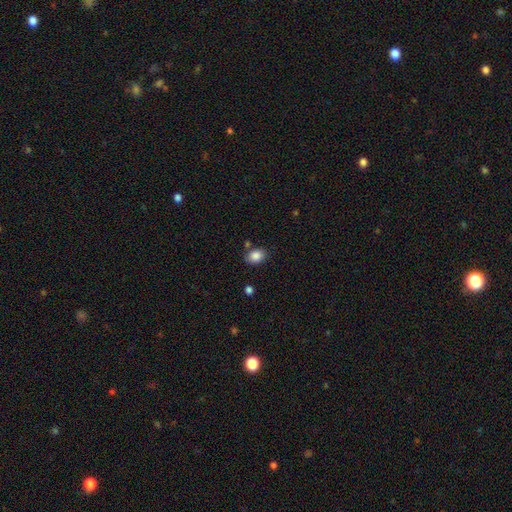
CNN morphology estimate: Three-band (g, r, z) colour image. It shows a smooth galaxy with no disk features (86%) that is in between round and cigar-shaped (70%). Merging: none (79%).